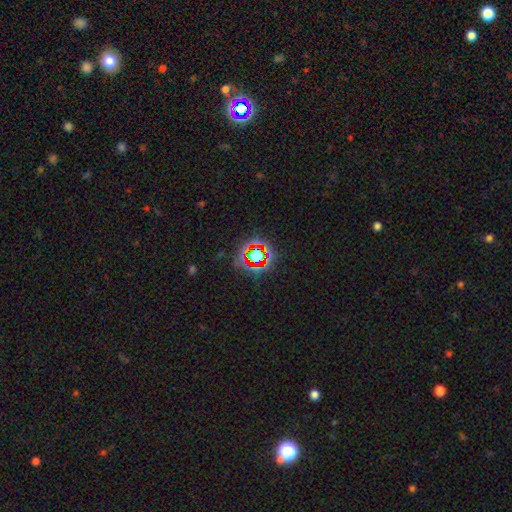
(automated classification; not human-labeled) Smooth or featured? Predicted: star or artifact (p=0.66).